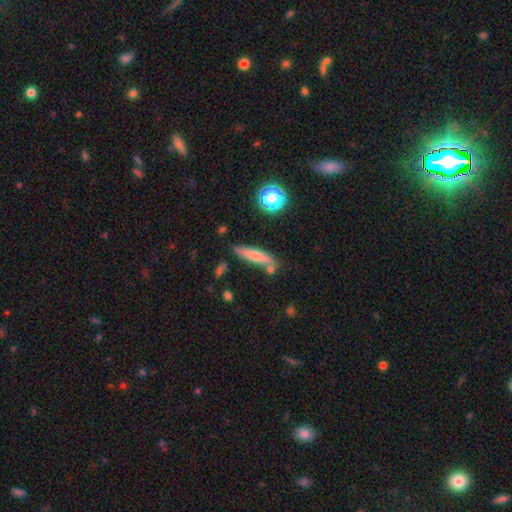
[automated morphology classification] The model was most divided on "smooth or featured": smooth: 68%, featured or disk: 24%, star or artifact: 9%. More confident: how rounded — cigar-shaped (82%); merging — none (72%).